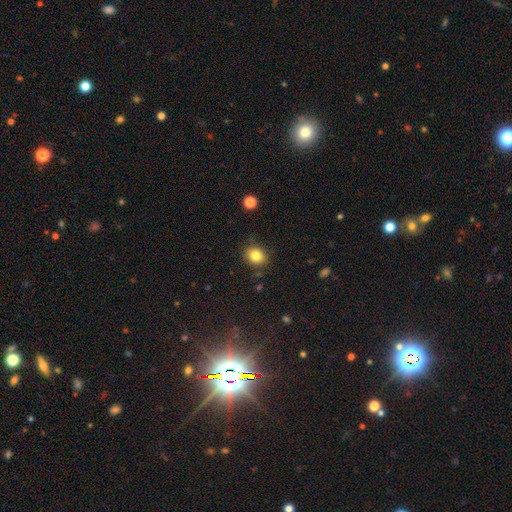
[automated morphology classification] A smooth galaxy with no disk features (83%) that is round (65%). Merging: none (84%).